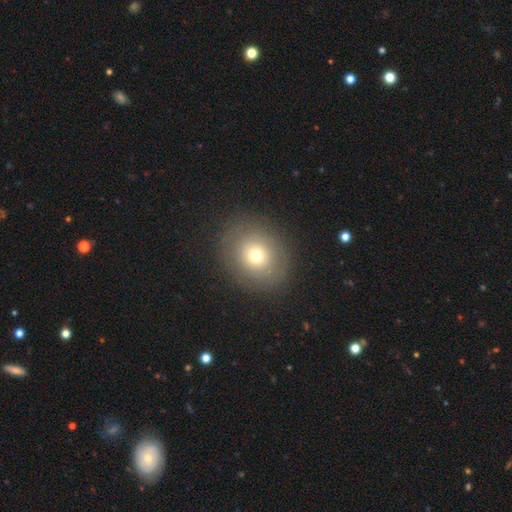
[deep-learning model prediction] Smooth or featured? smooth (58%)
How rounded? round (73%)
Merging? none (83%)